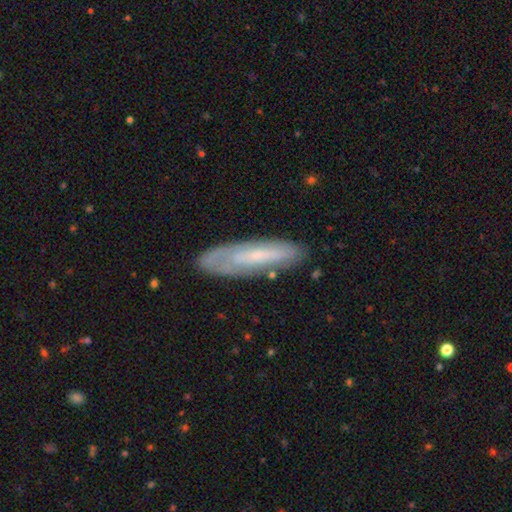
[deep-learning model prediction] featured or disk 49%, smooth 44%, star or artifact 8%. Down the decision tree: merging — none (77%).